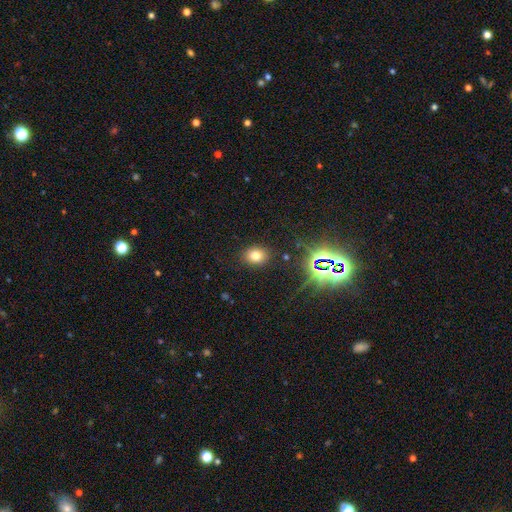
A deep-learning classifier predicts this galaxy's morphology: type=smooth (73%); roundness=in between (52%); merging=none (87%).